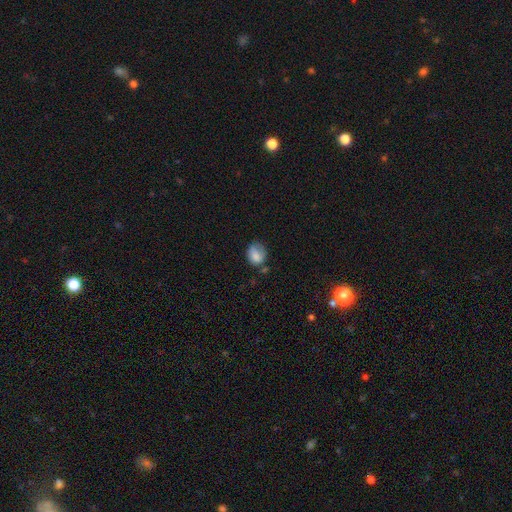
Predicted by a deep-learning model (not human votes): Smooth or featured? Predicted: smooth (p=0.80). How rounded? Predicted: round (p=0.57). Merging? Predicted: none (p=0.49).